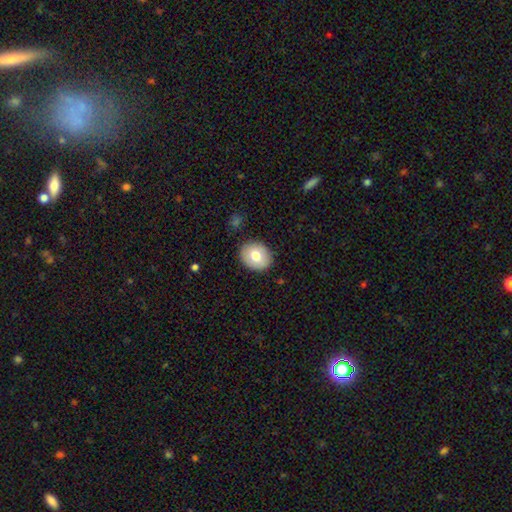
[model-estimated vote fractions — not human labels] Overall: smooth (73%). How rounded: round (53%; in between 46%). Merging: none (87%).